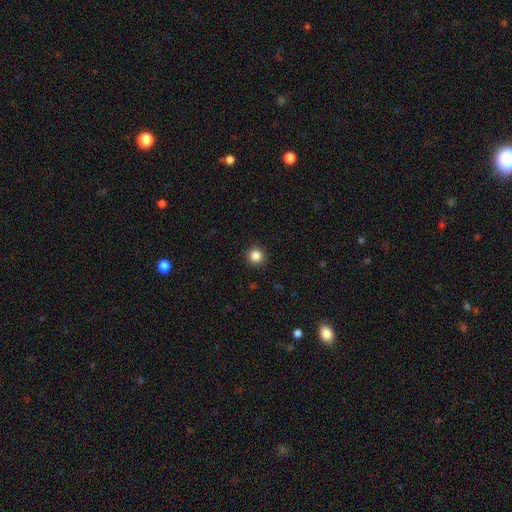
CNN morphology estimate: This is clearly a smooth galaxy (86%). How rounded: clearly round (96%). Merging: clearly none (93%).